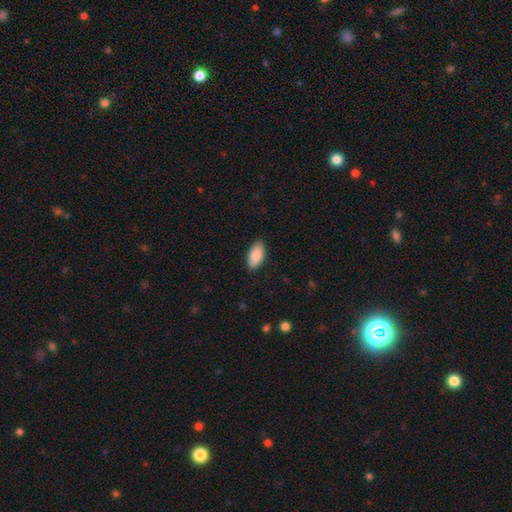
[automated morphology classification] Overall: smooth (88%). How rounded: in between (93%). Merging: none (86%).